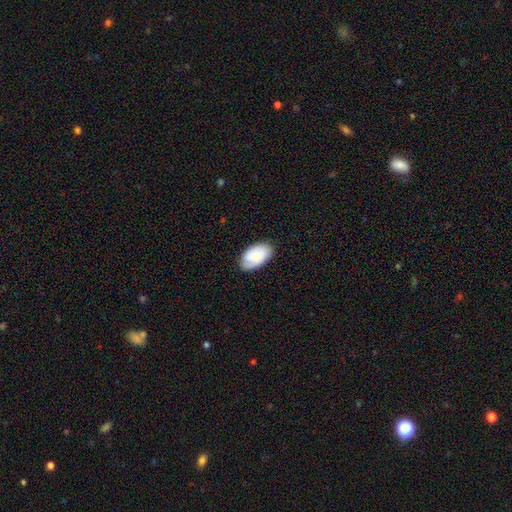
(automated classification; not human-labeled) This appears to be a smooth galaxy with no disk features (54%) that is in between round and cigar-shaped (93%). Merging: none (79%).